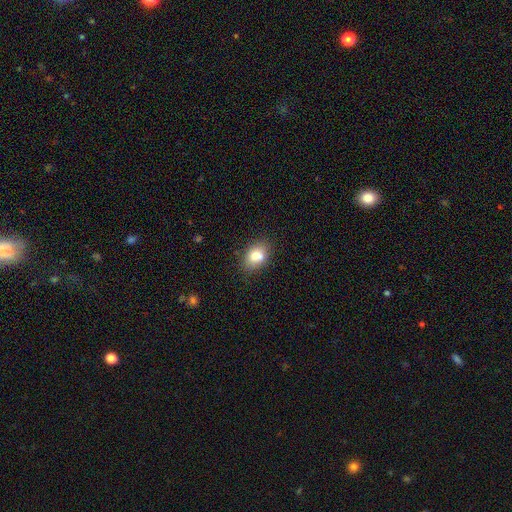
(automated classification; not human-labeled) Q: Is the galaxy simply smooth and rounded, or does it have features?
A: smooth — 80%.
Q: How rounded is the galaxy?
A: in between — 74%.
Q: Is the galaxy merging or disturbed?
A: none — 71%.